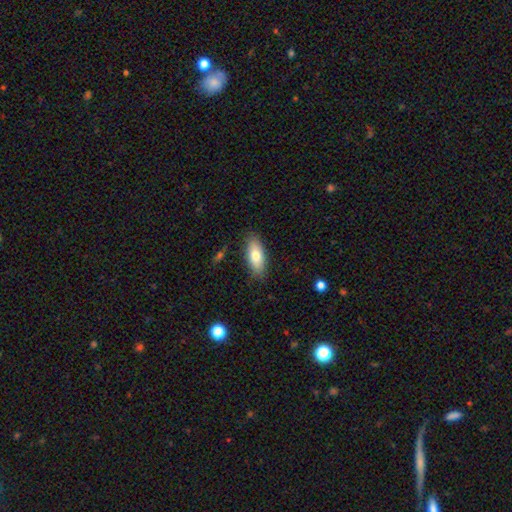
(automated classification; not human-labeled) Q: Smooth or featured?
A: smooth (76%); runner-up: featured or disk (17%)
Q: How rounded?
A: in between (80%); runner-up: cigar-shaped (17%)
Q: Merging?
A: none (85%); runner-up: minor disturbance (11%)